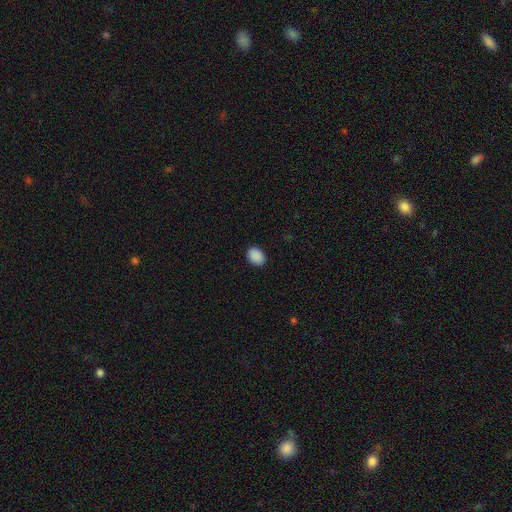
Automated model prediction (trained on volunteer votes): smooth_or_featured: smooth (p=0.90) [alt: star or artifact p=0.08]
how_rounded: in between (p=0.76) [alt: round p=0.23]
merging: none (p=0.89) [alt: minor disturbance p=0.08]